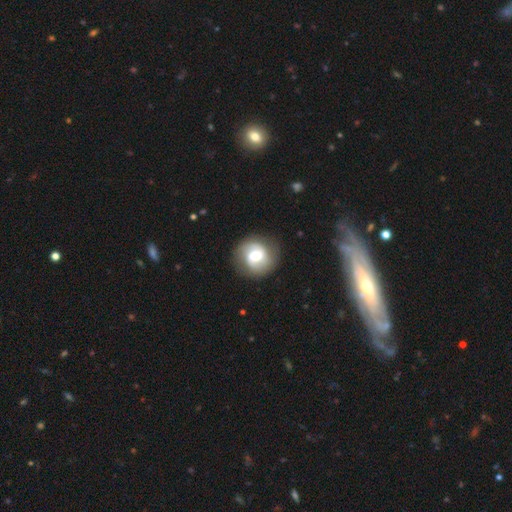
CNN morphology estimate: featured or disk 60%, smooth 33%, star or artifact 7%. Down the decision tree: edge-on disk — no (97%); bar — weak (51%); spiral arms — yes (84%); bulge size — moderate (56%); merging — none (81%).